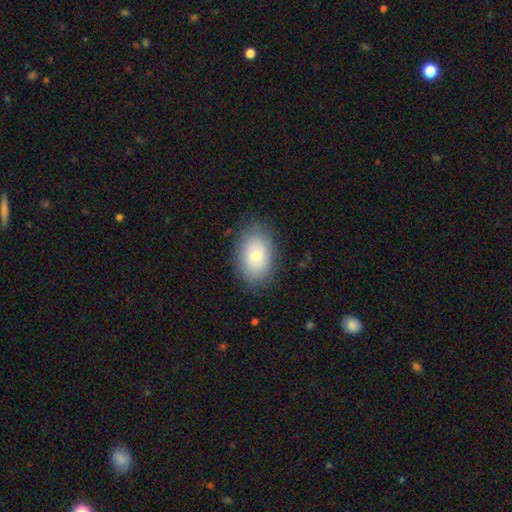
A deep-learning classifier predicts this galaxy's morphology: The model was most divided on "smooth or featured": smooth: 72%, featured or disk: 20%, star or artifact: 8%. More confident: how rounded — in between (87%); merging — none (81%).